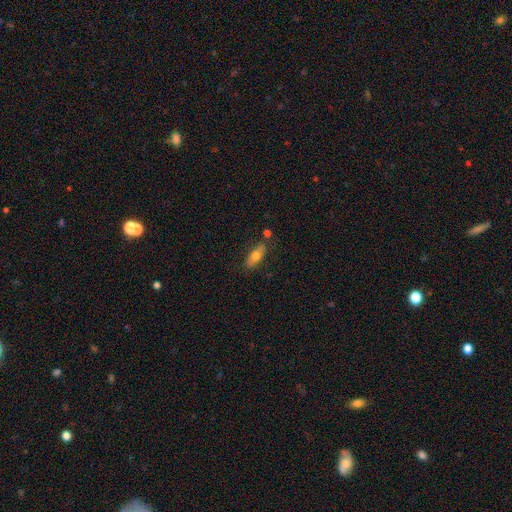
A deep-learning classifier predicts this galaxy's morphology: Overall: smooth (65%; featured or disk 28%). How rounded: in between (71%). Merging: none (74%).